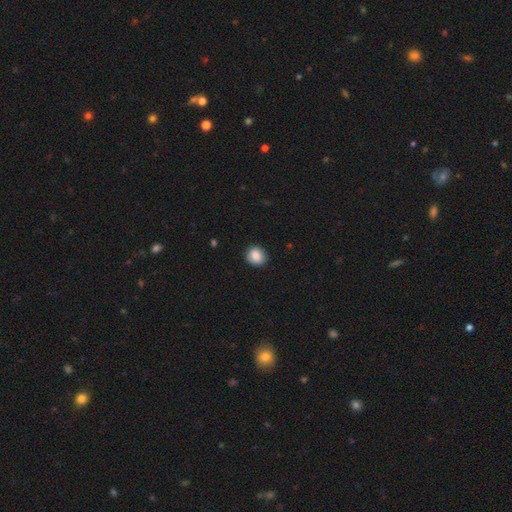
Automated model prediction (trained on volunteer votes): Morphology: type=smooth (88%); roundness=round (79%); merging=none (90%).